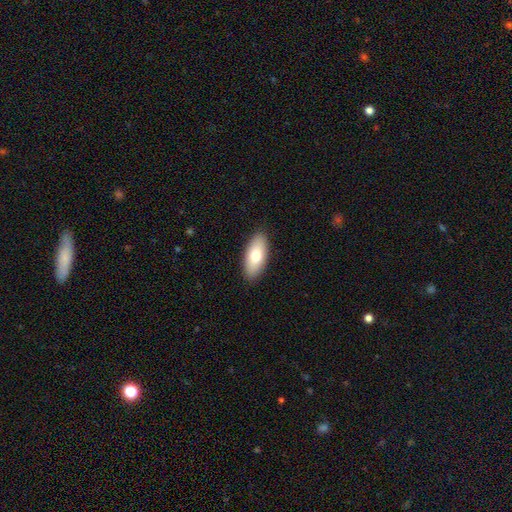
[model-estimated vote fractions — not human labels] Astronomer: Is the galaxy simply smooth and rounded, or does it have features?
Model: smooth — 73%.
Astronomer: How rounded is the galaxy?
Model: in between — 86%.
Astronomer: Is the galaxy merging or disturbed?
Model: none — 89%.